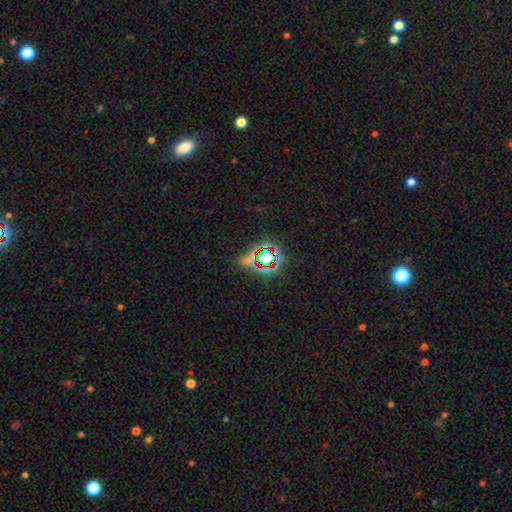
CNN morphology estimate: Q: Smooth or featured?
A: star or artifact (73%); runner-up: smooth (18%)